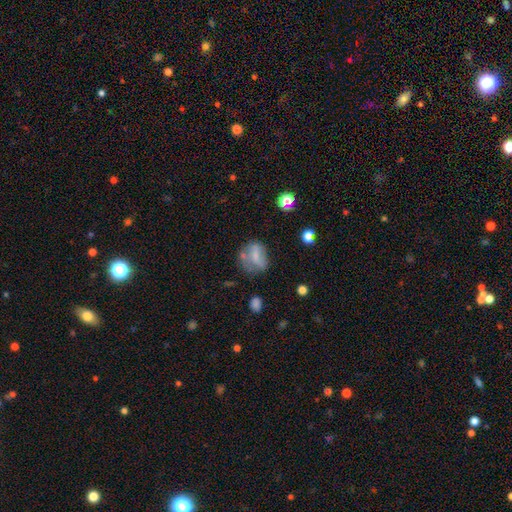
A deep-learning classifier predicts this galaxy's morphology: Overall: smooth (56%; featured or disk 32%). How rounded: in between (52%; round 46%). Merging: none (41%; minor disturbance 27%).